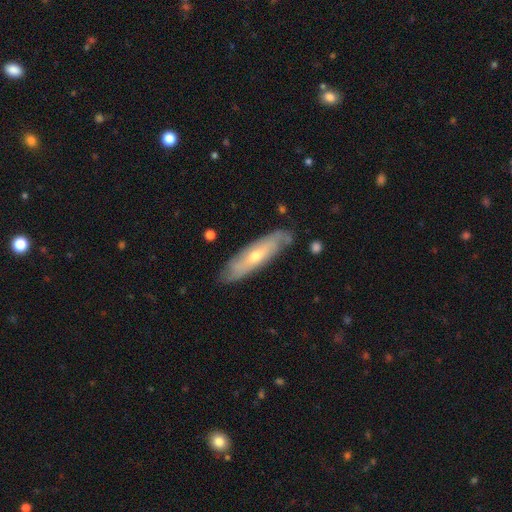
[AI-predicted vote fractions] Q: Smooth or featured?
A: featured or disk (61%); runner-up: smooth (33%)
Q: Edge-on disk?
A: no (58%); runner-up: yes (42%)
Q: Merging?
A: none (79%); runner-up: minor disturbance (16%)